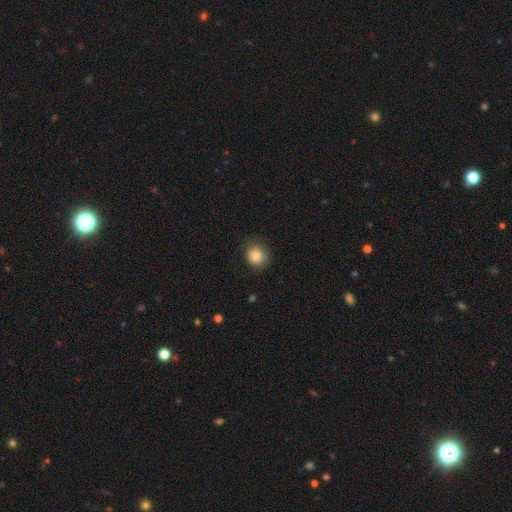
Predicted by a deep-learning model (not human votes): smooth-or-featured: smooth: 84% | star or artifact: 10% | featured or disk: 7%
  how-rounded: round: 84% | in between: 15% | cigar-shaped: 1%
  merging: none: 82% | minor disturbance: 13% | major disturbance: 3% | merger: 1%